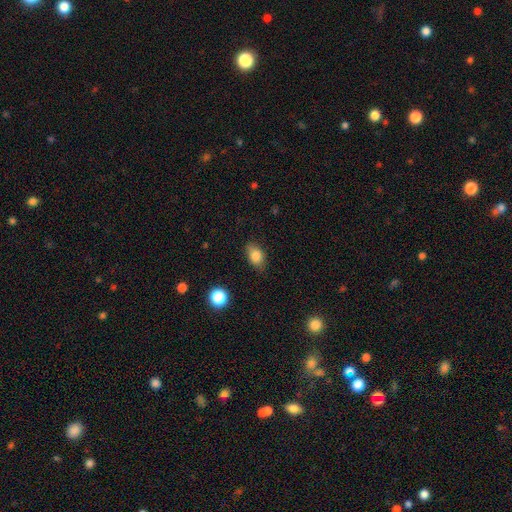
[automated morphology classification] type=smooth (83%); roundness=in between (82%); merging=none (81%).